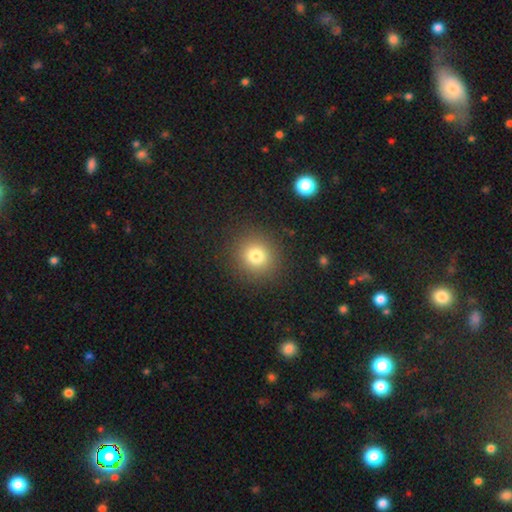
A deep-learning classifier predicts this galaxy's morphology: A smooth galaxy with no disk features (78%) that is round (90%).

Vote fractions:
- Smooth or featured? smooth: 78% / star or artifact: 14% / featured or disk: 8%
- How rounded? round: 90% / in between: 9% / cigar-shaped: 1%
- Merging? none: 90% / minor disturbance: 6% / major disturbance: 3% / merger: 1%